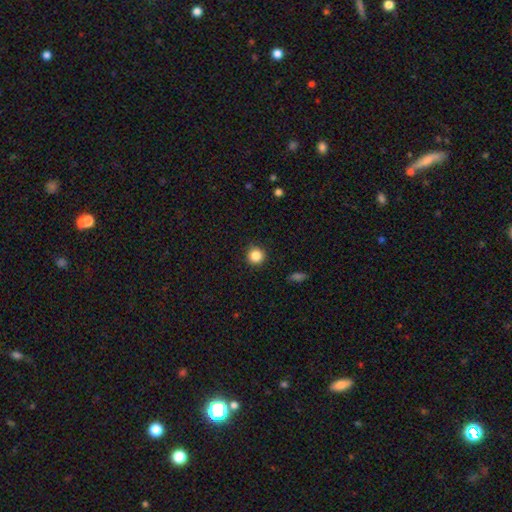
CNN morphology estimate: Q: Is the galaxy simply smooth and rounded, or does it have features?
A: smooth — 86%.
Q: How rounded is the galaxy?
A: round — 95%.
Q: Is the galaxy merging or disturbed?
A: none — 91%.